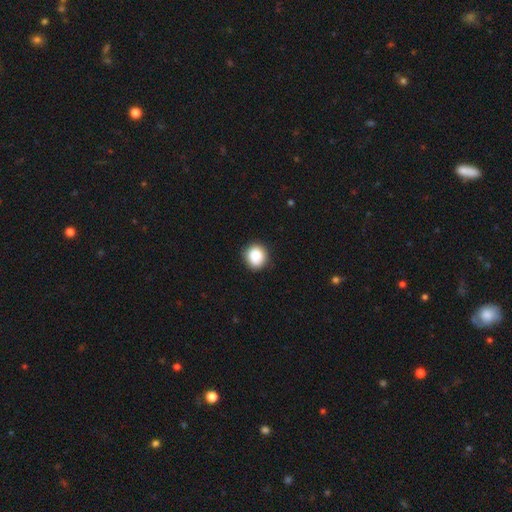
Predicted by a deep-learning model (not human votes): This is clearly a smooth galaxy (87%). How rounded: clearly round (84%). Merging: clearly none (86%).